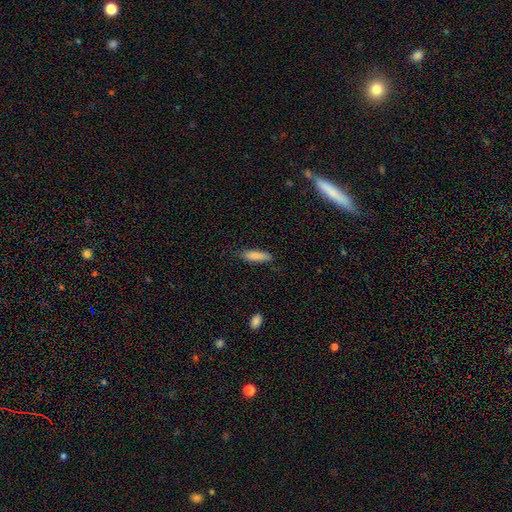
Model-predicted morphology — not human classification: Smooth or featured? smooth (84%)
How rounded? cigar-shaped (59%)
Merging? none (81%)